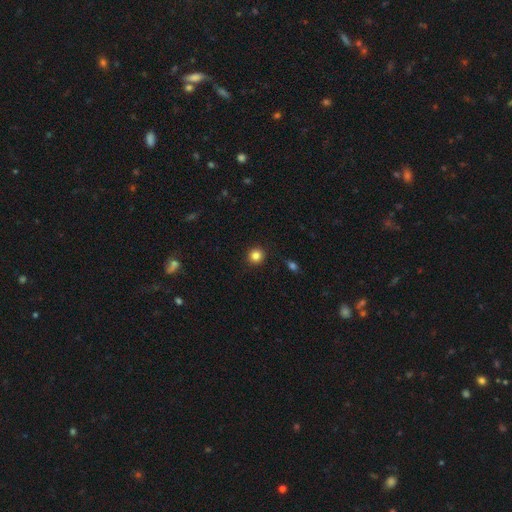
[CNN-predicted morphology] Smooth or featured: smooth — 84% (star or artifact — 11%)
How rounded: round — 93% (in between — 6%)
Merging: none — 92% (minor disturbance — 5%)